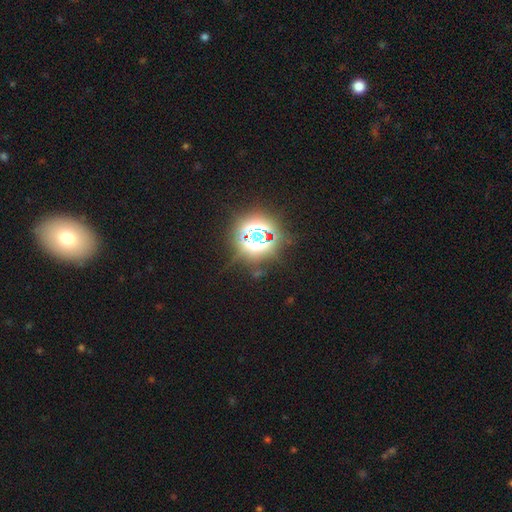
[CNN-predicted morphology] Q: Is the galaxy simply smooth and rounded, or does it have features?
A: star or artifact — 81%.